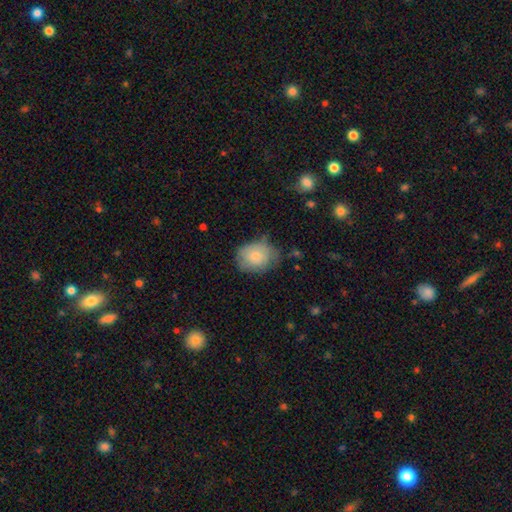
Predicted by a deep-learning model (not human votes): This appears to be a smooth galaxy with no disk features (77%) that is in between round and cigar-shaped (54%). Merging: none (54%).